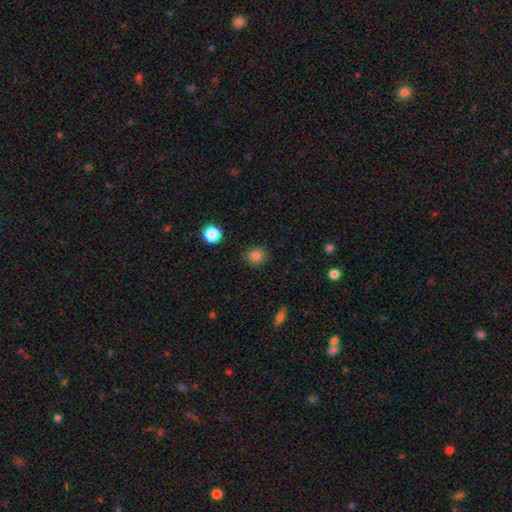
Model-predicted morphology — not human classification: smooth-or-featured: smooth: 84% | star or artifact: 12% | featured or disk: 5%
  how-rounded: round: 85% | in between: 14% | cigar-shaped: 1%
  merging: none: 87% | minor disturbance: 9% | major disturbance: 3% | merger: 1%